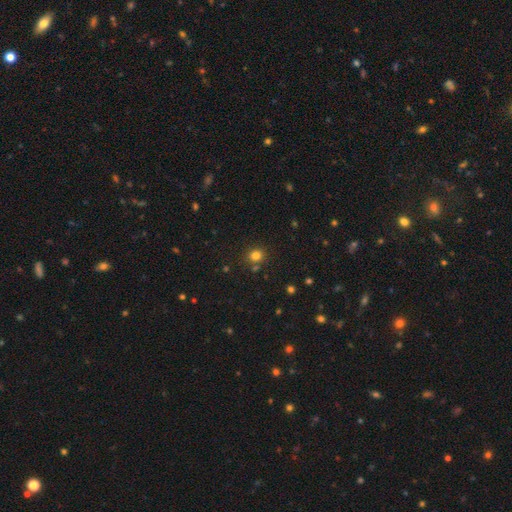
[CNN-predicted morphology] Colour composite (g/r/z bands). It shows a smooth galaxy with no disk features (79%) that is round (80%). Merging: none (81%).